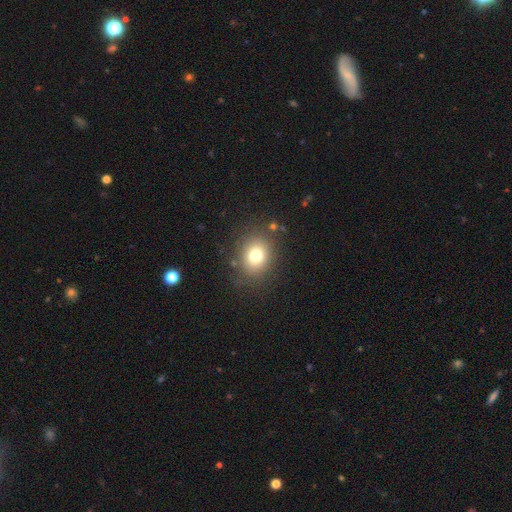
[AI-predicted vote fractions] smooth-or-featured: smooth: 76% | star or artifact: 14% | featured or disk: 11%
  how-rounded: round: 63% | in between: 36% | cigar-shaped: 1%
  merging: none: 84% | minor disturbance: 10% | major disturbance: 4% | merger: 2%